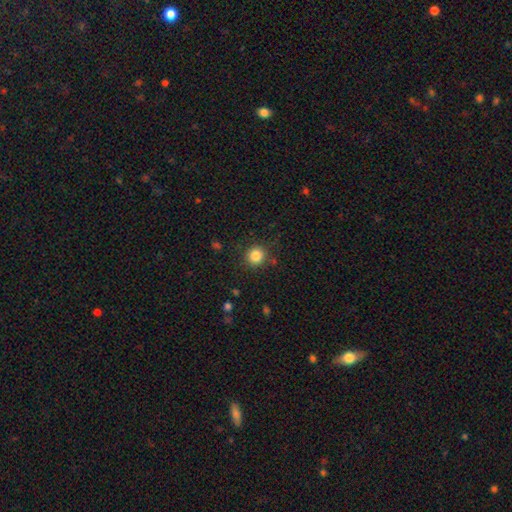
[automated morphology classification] Smooth or featured? smooth (84%)
How rounded? round (91%)
Merging? none (87%)